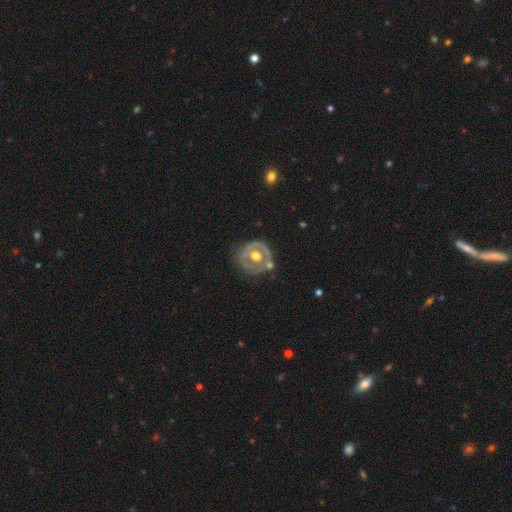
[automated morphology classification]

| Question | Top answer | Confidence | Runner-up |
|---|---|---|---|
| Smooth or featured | featured or disk | 64% | smooth (31%) |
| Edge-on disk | no | 95% | yes (5%) |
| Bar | no | 78% | weak (16%) |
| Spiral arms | no | 75% | yes (25%) |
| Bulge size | moderate | 68% | large (24%) |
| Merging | none | 67% | minor disturbance (19%) |